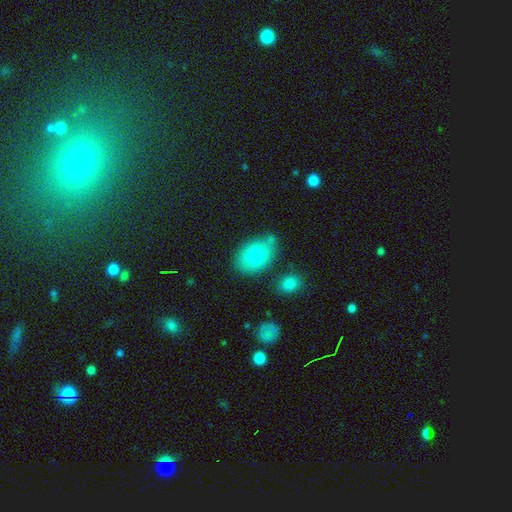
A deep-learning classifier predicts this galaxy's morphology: Smooth or featured: smooth — 74% (featured or disk — 18%)
How rounded: in between — 78% (round — 21%)
Merging: none — 66% (minor disturbance — 20%)